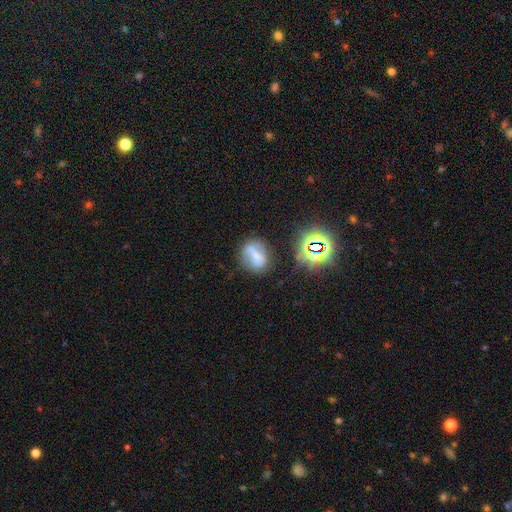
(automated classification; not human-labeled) featured or disk 42%, smooth 40%, star or artifact 18%. Down the decision tree: merging — none (58%).